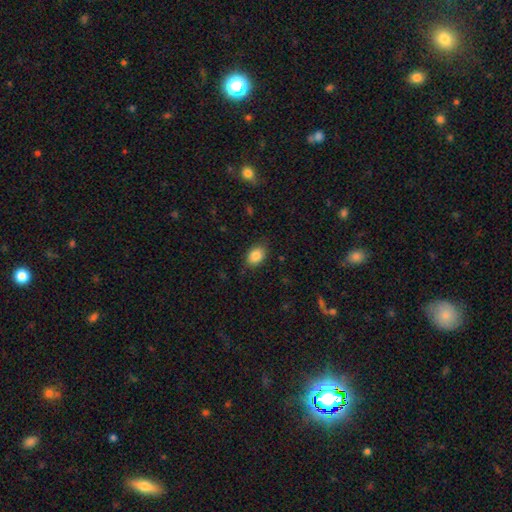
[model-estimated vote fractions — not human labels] A smooth galaxy with no disk features (85%) that is in between round and cigar-shaped (78%).

Vote fractions:
- Smooth or featured? smooth: 85% / star or artifact: 8% / featured or disk: 7%
- How rounded? in between: 78% / round: 21% / cigar-shaped: 1%
- Merging? none: 83% / minor disturbance: 13% / major disturbance: 3% / merger: 1%